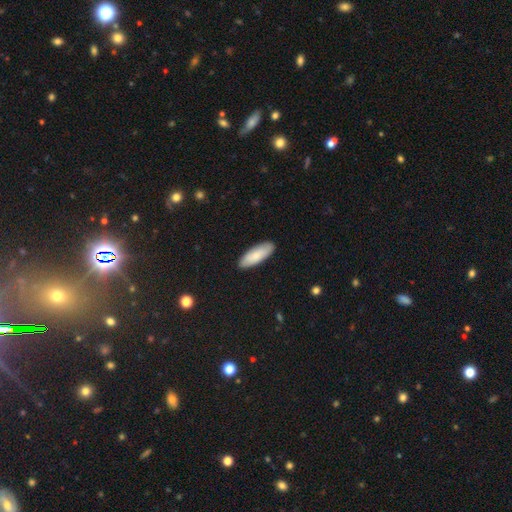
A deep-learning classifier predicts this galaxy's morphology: This is clearly a smooth galaxy (83%). How rounded: likely in between (66%). Merging: clearly none (89%).